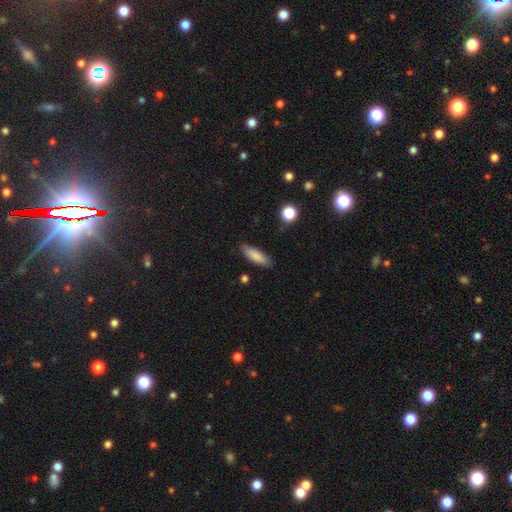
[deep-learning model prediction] Morphology: type=smooth (84%); roundness=in between (53%); merging=none (85%).